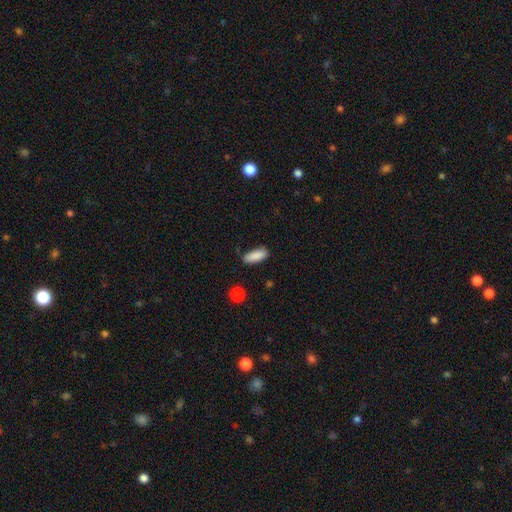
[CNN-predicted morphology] smooth-or-featured: smooth: 88% | star or artifact: 7% | featured or disk: 5%
  how-rounded: in between: 76% | cigar-shaped: 22% | round: 2%
  merging: none: 80% | minor disturbance: 15% | major disturbance: 3% | merger: 2%